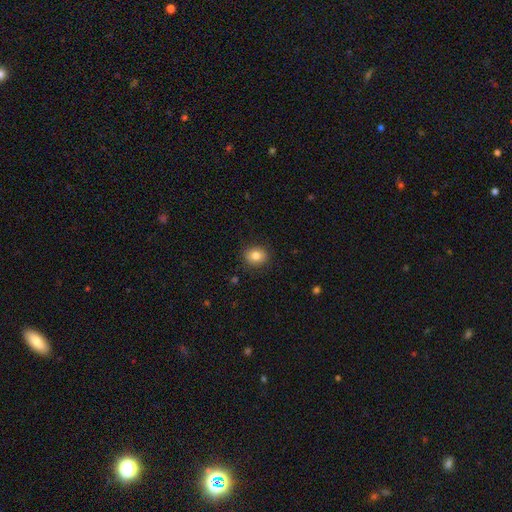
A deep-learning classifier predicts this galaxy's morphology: Smooth or featured? Predicted: smooth (p=0.81). How rounded? Predicted: round (p=0.72). Merging? Predicted: none (p=0.89).